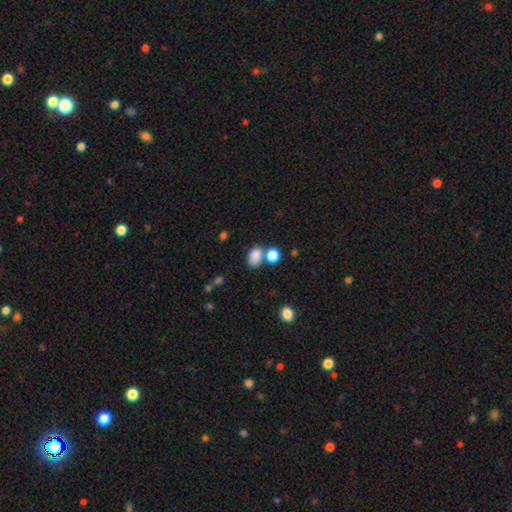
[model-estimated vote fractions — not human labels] smooth 83%, star or artifact 11%, featured or disk 6%. Down the decision tree: how rounded — in between (77%); merging — none (53%).